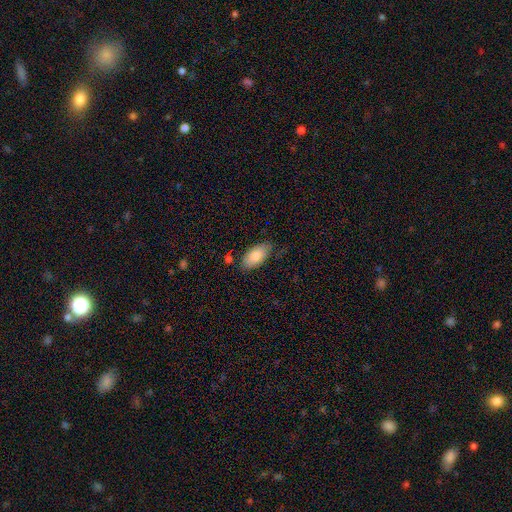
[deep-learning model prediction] This is clearly a smooth galaxy (81%). How rounded: clearly in between (94%). Merging: likely none (74%).